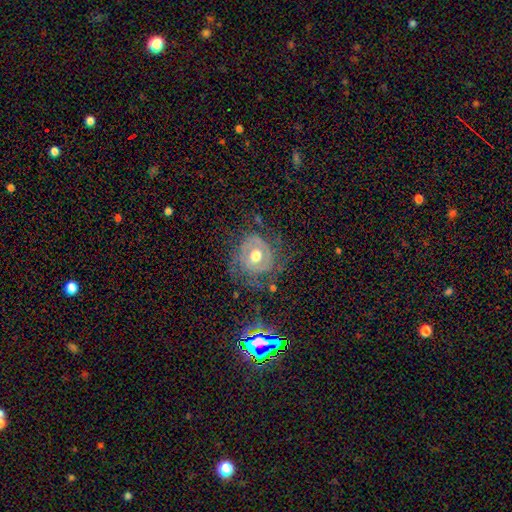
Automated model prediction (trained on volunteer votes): Overall: featured or disk (62%; smooth 29%). Edge-on disk: no (96%). Bar: no (81%). Spiral arms: yes (52%; no 48%). Bulge size: moderate (69%). Merging: none (59%; minor disturbance 21%).